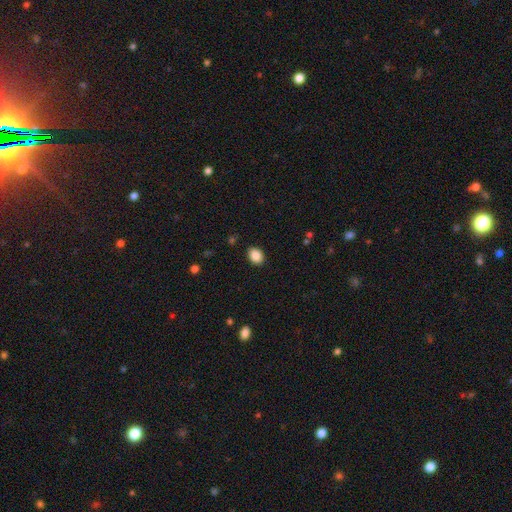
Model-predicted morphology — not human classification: This is clearly a smooth galaxy (88%). How rounded: likely in between (70%). Merging: clearly none (87%).